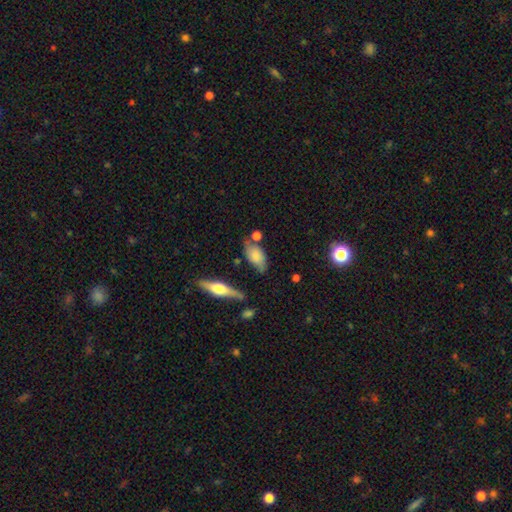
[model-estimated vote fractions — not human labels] Overall: smooth (67%). How rounded: in between (88%). Merging: none (61%; minor disturbance 24%).